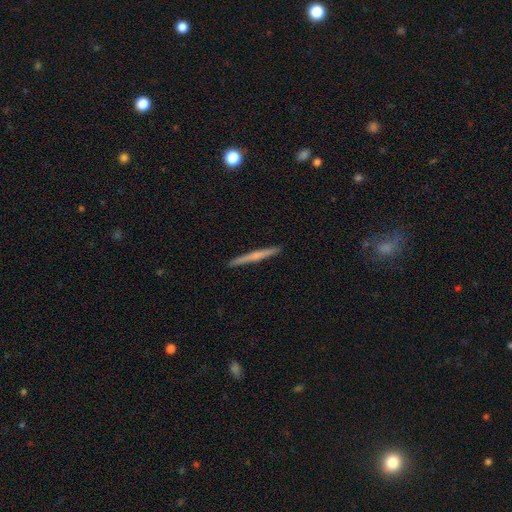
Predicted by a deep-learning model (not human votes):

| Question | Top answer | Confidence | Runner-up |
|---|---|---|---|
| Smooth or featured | featured or disk | 55% | smooth (39%) |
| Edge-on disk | yes | 98% | no (2%) |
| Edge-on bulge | none | 49% | rounded (43%) |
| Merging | none | 93% | minor disturbance (5%) |